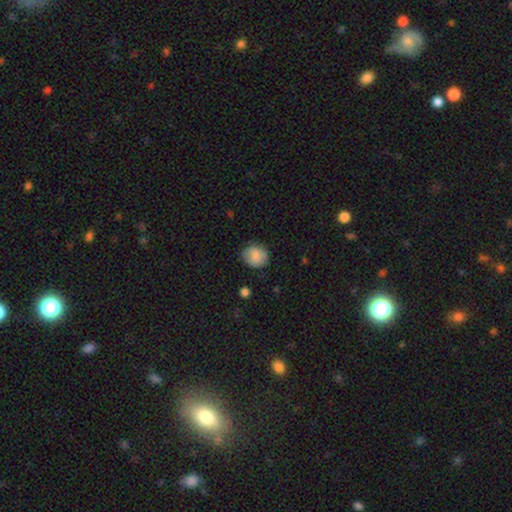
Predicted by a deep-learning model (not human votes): smooth-or-featured: smooth: 82% | featured or disk: 10% | star or artifact: 8%
  how-rounded: round: 76% | in between: 23% | cigar-shaped: 1%
  merging: none: 79% | minor disturbance: 16% | major disturbance: 4% | merger: 1%